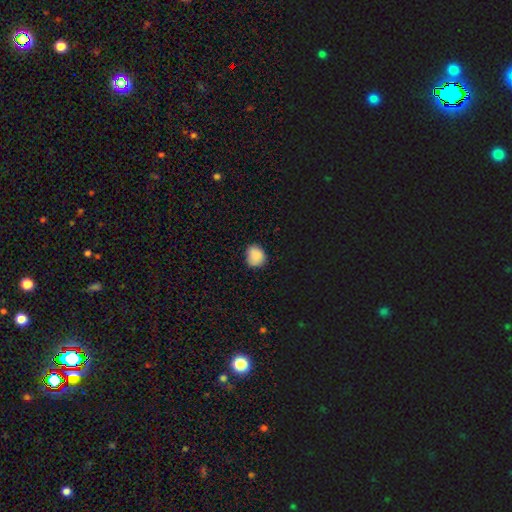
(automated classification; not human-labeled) smooth-or-featured: smooth: 87% | star or artifact: 9% | featured or disk: 4%
  how-rounded: round: 72% | in between: 27% | cigar-shaped: 1%
  merging: none: 77% | minor disturbance: 19% | major disturbance: 3% | merger: 1%